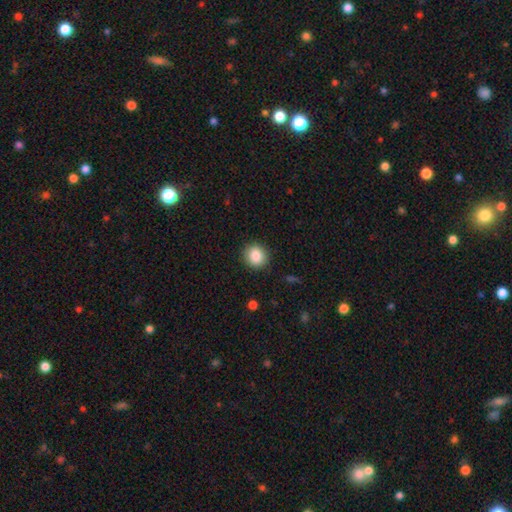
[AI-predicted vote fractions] A smooth galaxy with no disk features (86%) that is round (86%).

Vote fractions:
- Smooth or featured? smooth: 86% / star or artifact: 9% / featured or disk: 5%
- How rounded? round: 86% / in between: 13% / cigar-shaped: 1%
- Merging? none: 90% / minor disturbance: 6% / major disturbance: 2% / merger: 1%